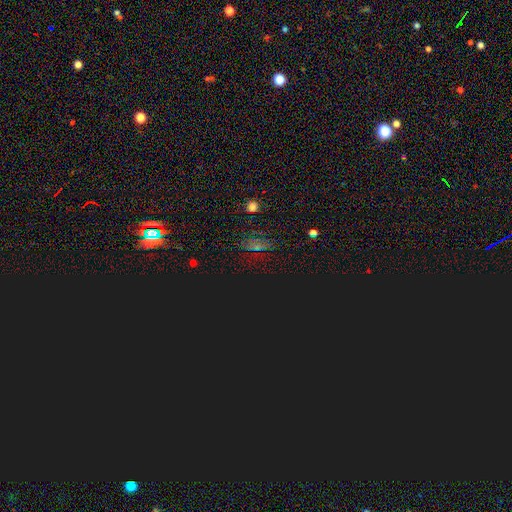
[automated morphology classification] A star or artifact, not a galaxy (68%).